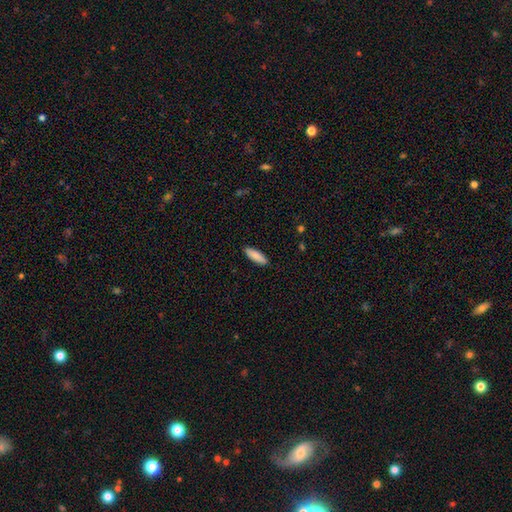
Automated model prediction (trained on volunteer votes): This appears to be a smooth galaxy with no disk features (88%) that is cigar-shaped (51%). Merging: none (90%).